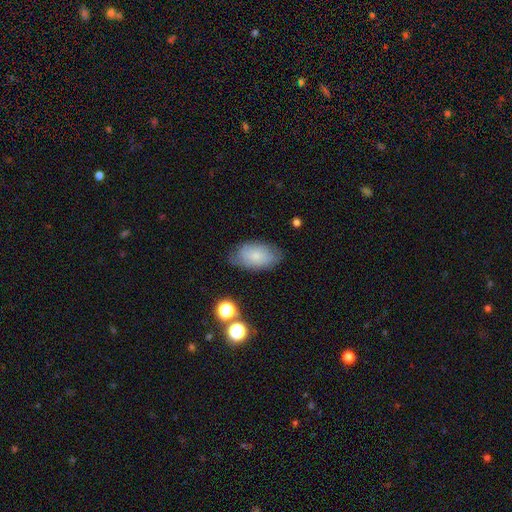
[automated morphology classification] Smooth or featured? smooth (69%)
How rounded? in between (93%)
Merging? none (72%)